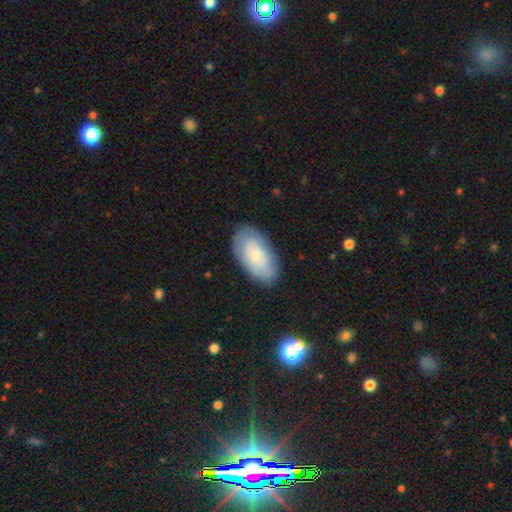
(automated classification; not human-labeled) smooth-or-featured: smooth: 55% | featured or disk: 38% | star or artifact: 7%
  how-rounded: in between: 94% | round: 4% | cigar-shaped: 3%
  merging: none: 80% | minor disturbance: 15% | major disturbance: 4% | merger: 1%